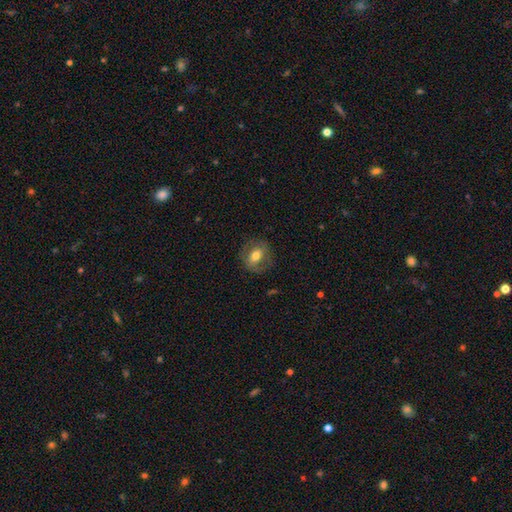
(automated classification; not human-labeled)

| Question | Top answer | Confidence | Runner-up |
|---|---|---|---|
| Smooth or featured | smooth | 58% | featured or disk (34%) |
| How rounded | round | 59% | in between (40%) |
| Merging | none | 78% | minor disturbance (14%) |